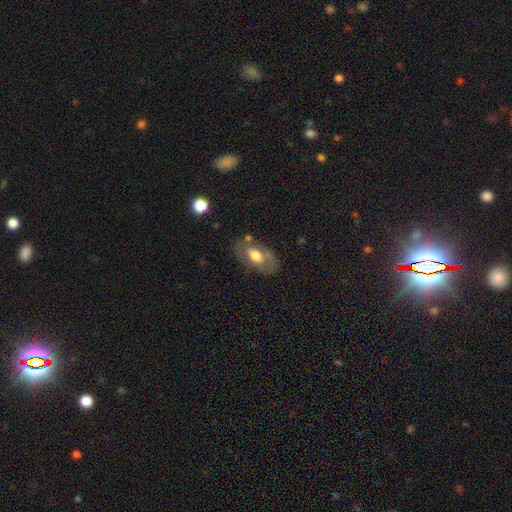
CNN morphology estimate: The model was most divided on "smooth or featured": smooth: 56%, featured or disk: 37%, star or artifact: 7%. More confident: how rounded — in between (90%); merging — none (69%).